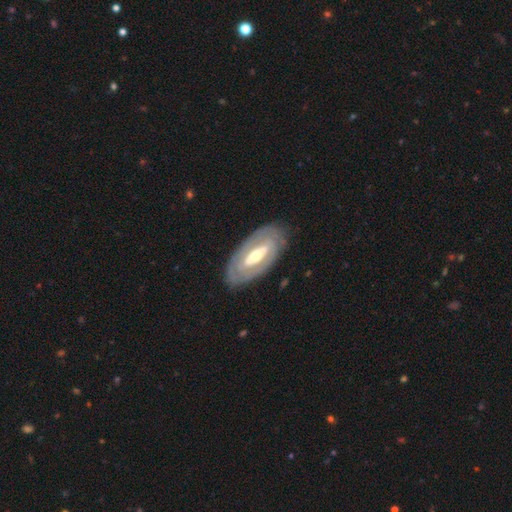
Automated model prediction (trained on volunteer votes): Smooth or featured: featured or disk — 70% (smooth — 25%)
Edge-on disk: no — 87% (yes — 13%)
Bar: strong — 42% (weak — 29%)
Spiral arms: no — 59% (yes — 41%)
Bulge size: moderate — 62% (small — 26%)
Merging: none — 82% (minor disturbance — 12%)